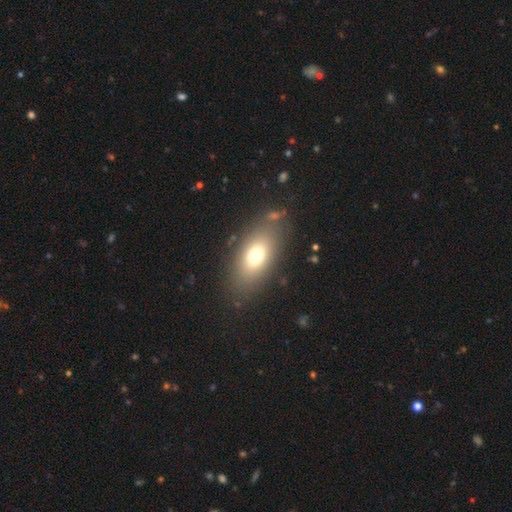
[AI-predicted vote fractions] Smooth or featured? Predicted: smooth (p=0.71). How rounded? Predicted: in between (p=0.82). Merging? Predicted: none (p=0.80).